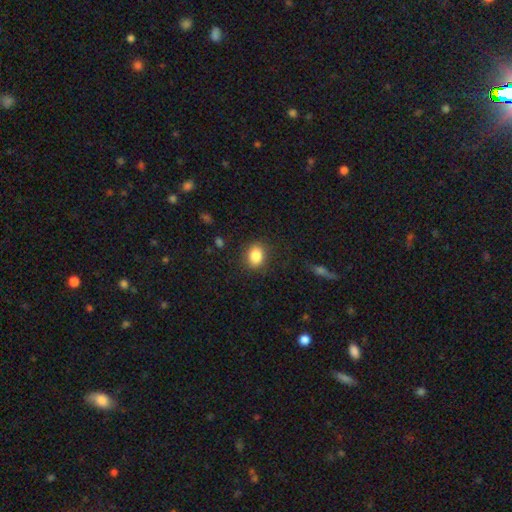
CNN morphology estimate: This is clearly a smooth galaxy (85%). How rounded: possibly in between (55%). Merging: clearly none (84%).